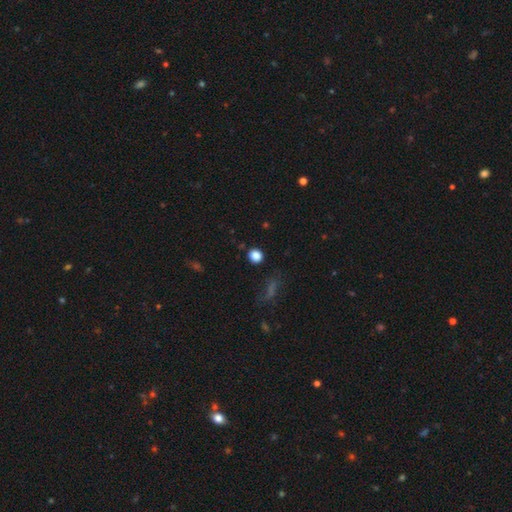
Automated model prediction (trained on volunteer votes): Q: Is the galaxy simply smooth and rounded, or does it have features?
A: smooth — 85%.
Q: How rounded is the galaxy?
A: round — 85%.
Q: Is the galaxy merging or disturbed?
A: none — 88%.